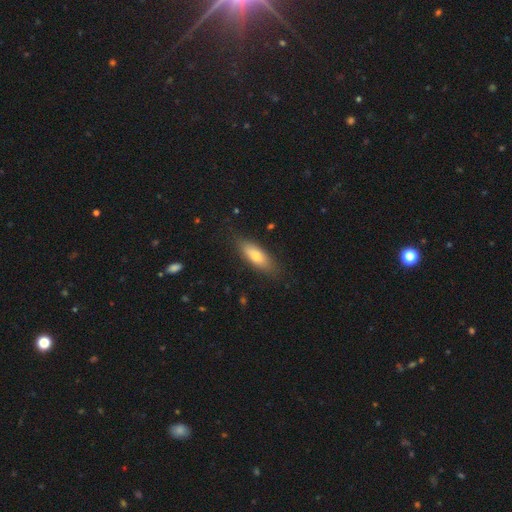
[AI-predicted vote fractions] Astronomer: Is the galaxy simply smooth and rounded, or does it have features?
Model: smooth — 70%.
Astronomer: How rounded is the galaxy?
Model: in between — 62%.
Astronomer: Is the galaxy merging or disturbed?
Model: none — 83%.